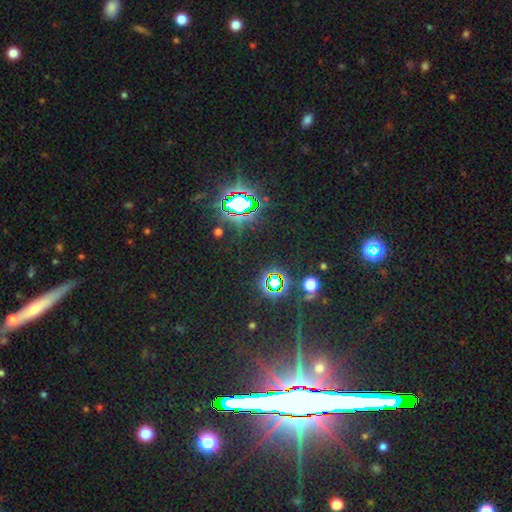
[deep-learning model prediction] Smooth or featured? Predicted: star or artifact (p=0.83).